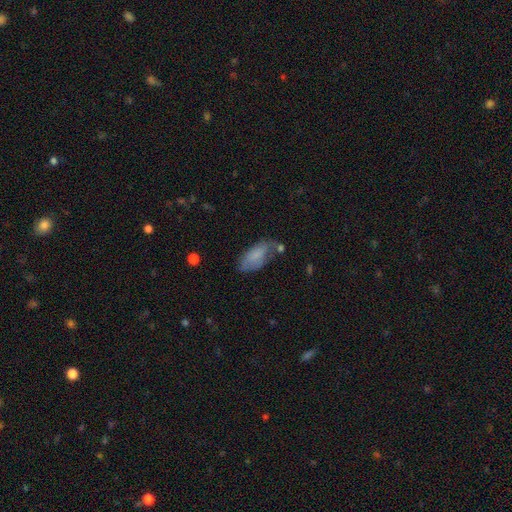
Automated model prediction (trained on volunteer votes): Q: Smooth or featured?
A: smooth (75%); runner-up: featured or disk (18%)
Q: How rounded?
A: in between (85%); runner-up: cigar-shaped (13%)
Q: Merging?
A: none (51%); runner-up: minor disturbance (31%)